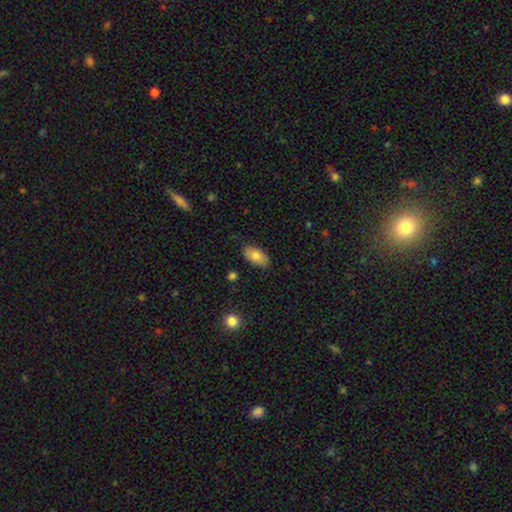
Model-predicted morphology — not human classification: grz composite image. It shows a smooth galaxy with no disk features (80%) that is in between round and cigar-shaped (93%). Merging: none (85%).